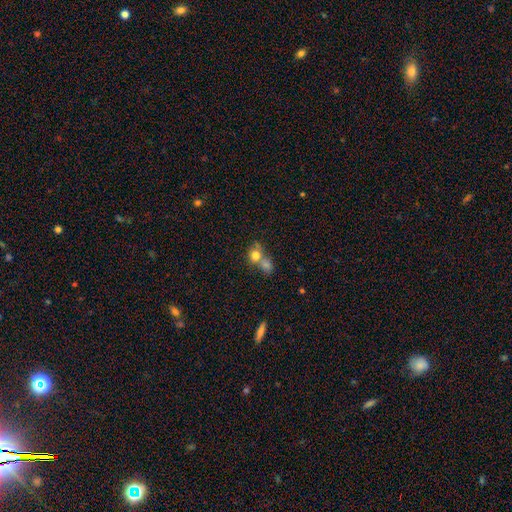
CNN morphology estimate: type=smooth (76%); roundness=round (73%); merging=merger (63%).